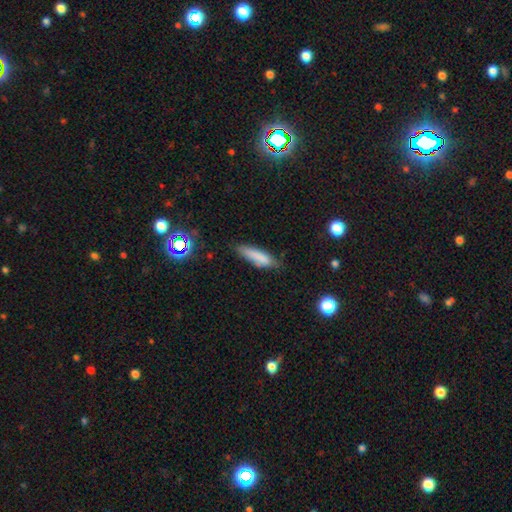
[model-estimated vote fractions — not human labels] Smooth or featured?
  - smooth: 80% *
  - featured or disk: 12%
  - star or artifact: 8%
How rounded?
  - cigar-shaped: 62% *
  - in between: 36%
  - round: 2%
Merging?
  - none: 66% *
  - minor disturbance: 26%
  - major disturbance: 5%
  - merger: 3%